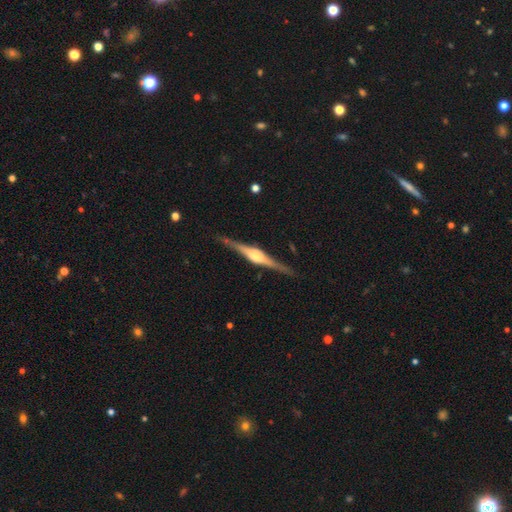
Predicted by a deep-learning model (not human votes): This is clearly a featured or disk galaxy (83%). It is clearly viewed edge-on (98%). Edge-on bulge: clearly rounded (83%). Merging: clearly none (88%).